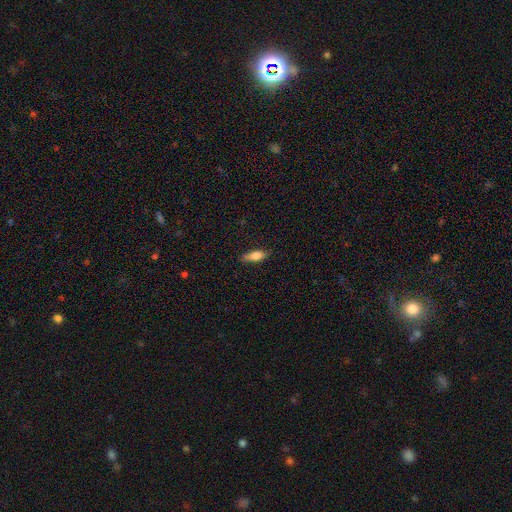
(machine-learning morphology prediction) A smooth galaxy with no disk features (75%) that is in between round and cigar-shaped (61%). Merging: none (81%).